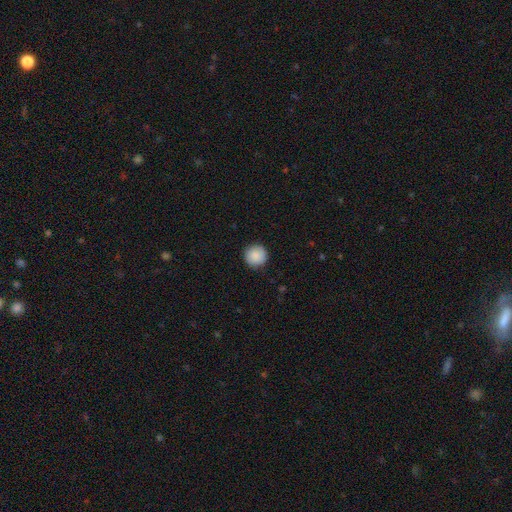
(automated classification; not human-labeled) A smooth galaxy with no disk features (89%) that is round (96%).

Vote fractions:
- Smooth or featured? smooth: 89% / star or artifact: 8% / featured or disk: 4%
- How rounded? round: 96% / in between: 3% / cigar-shaped: 1%
- Merging? none: 90% / minor disturbance: 7% / major disturbance: 2% / merger: 1%